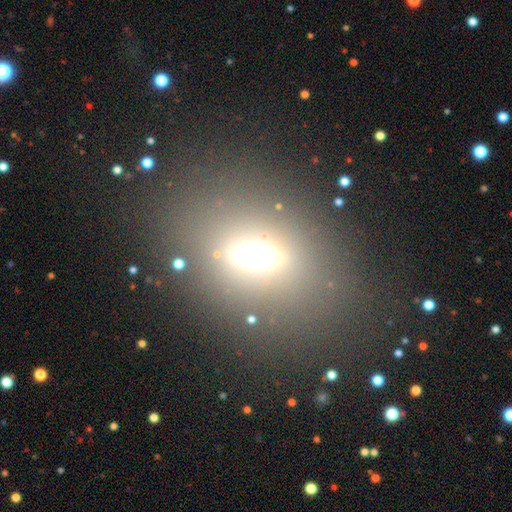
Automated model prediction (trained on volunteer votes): Smooth or featured? Predicted: smooth (p=0.39). Merging? Predicted: none (p=0.80).